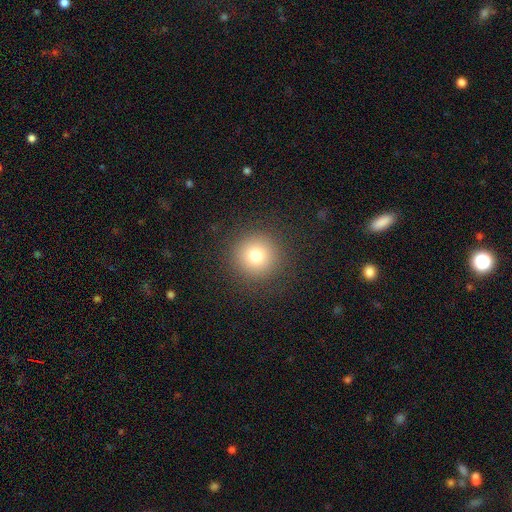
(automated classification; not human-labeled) Overall: smooth (78%). How rounded: round (95%). Merging: none (90%).